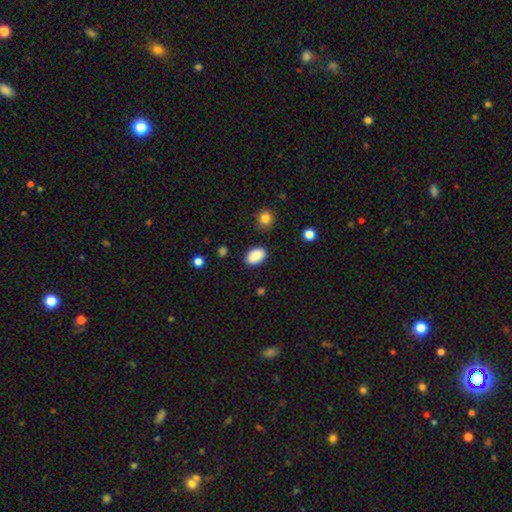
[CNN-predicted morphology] Smooth or featured? smooth (89%)
How rounded? in between (91%)
Merging? none (86%)